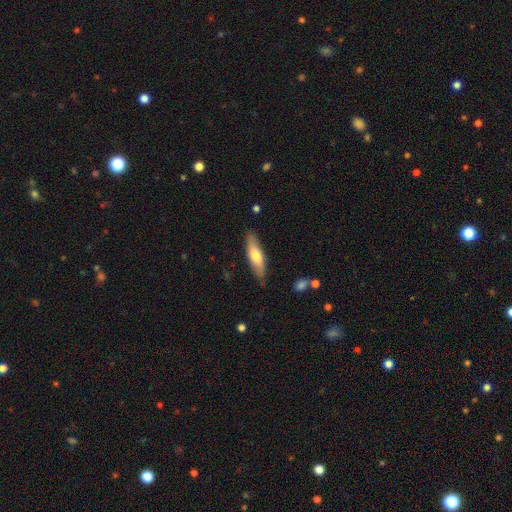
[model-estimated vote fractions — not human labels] Morphology: type=smooth (62%); roundness=cigar-shaped (60%); merging=none (82%).